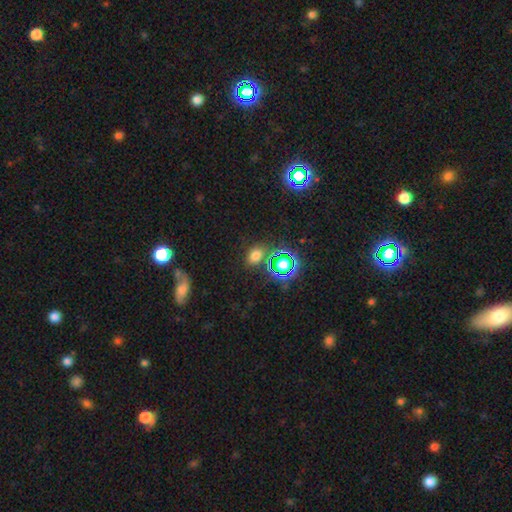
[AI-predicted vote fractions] This appears to be a smooth galaxy with no disk features (61%) that is in between round and cigar-shaped (60%). Merging: none (76%).